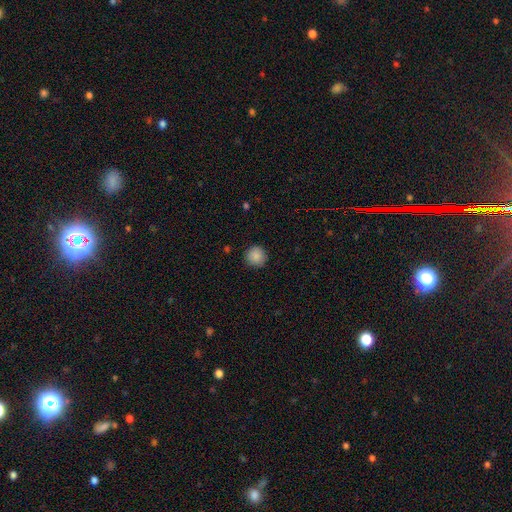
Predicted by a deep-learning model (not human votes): Smooth or featured? Predicted: smooth (p=0.88). How rounded? Predicted: round (p=0.95). Merging? Predicted: none (p=0.90).